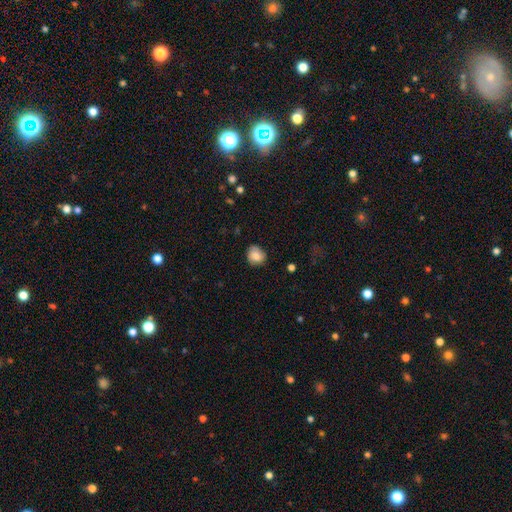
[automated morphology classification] This appears to be a smooth galaxy with no disk features (82%) that is round (73%). Merging: none (77%).